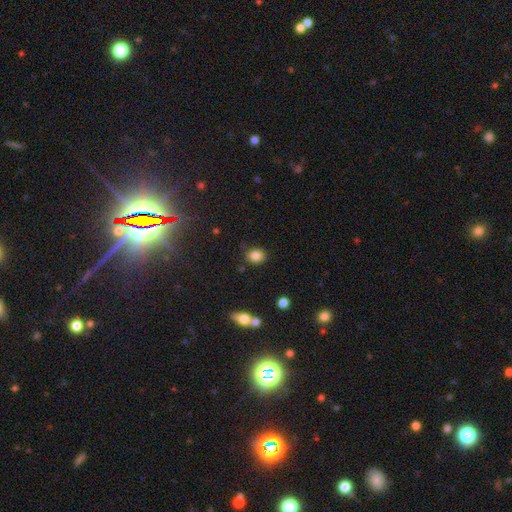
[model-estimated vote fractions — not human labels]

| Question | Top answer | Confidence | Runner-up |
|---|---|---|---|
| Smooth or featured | smooth | 84% | star or artifact (10%) |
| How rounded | round | 53% | in between (46%) |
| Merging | none | 79% | minor disturbance (14%) |